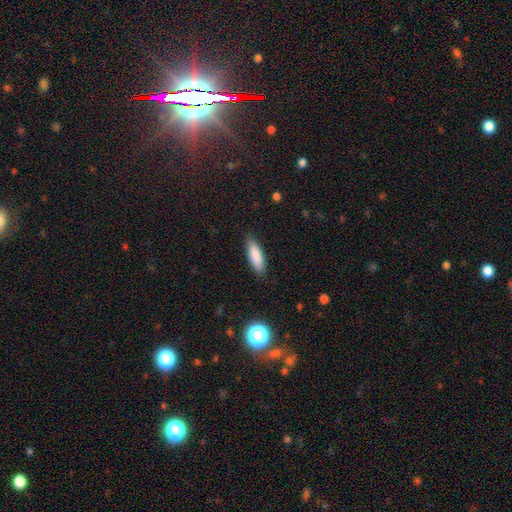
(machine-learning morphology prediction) This appears to be a smooth galaxy with no disk features (87%) that is in between round and cigar-shaped (51%). Merging: none (86%).